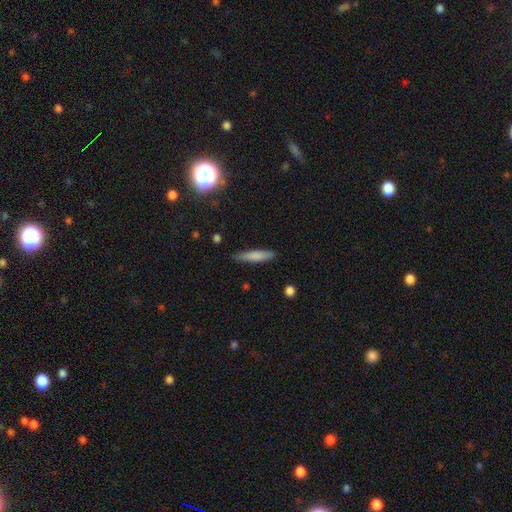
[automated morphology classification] Smooth or featured?
  - smooth: 78% *
  - featured or disk: 16%
  - star or artifact: 6%
How rounded?
  - cigar-shaped: 83% *
  - in between: 16%
  - round: 1%
Merging?
  - none: 84% *
  - minor disturbance: 12%
  - major disturbance: 2%
  - merger: 1%